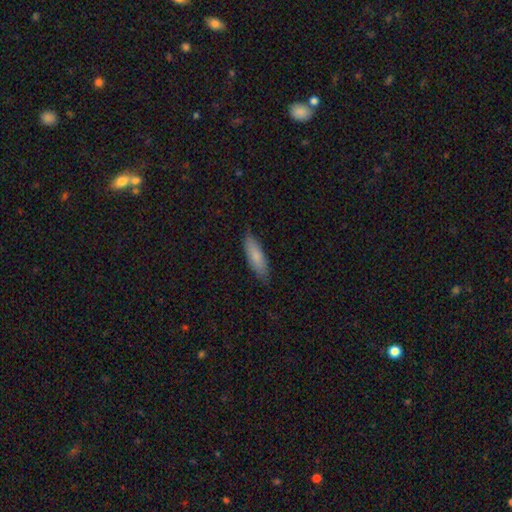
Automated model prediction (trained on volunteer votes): smooth-or-featured: smooth: 81% | featured or disk: 14% | star or artifact: 6%
  how-rounded: cigar-shaped: 53% | in between: 45% | round: 2%
  merging: none: 82% | minor disturbance: 15% | major disturbance: 2% | merger: 1%